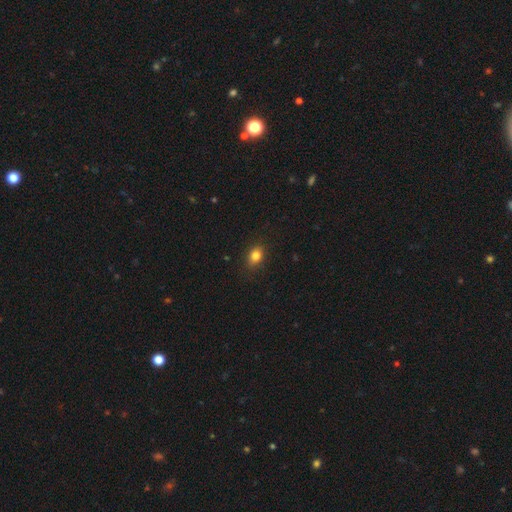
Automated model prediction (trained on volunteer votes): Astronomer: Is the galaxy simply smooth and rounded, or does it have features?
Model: smooth — 82%.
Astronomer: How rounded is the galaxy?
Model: in between — 63%.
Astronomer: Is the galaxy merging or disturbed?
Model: none — 85%.